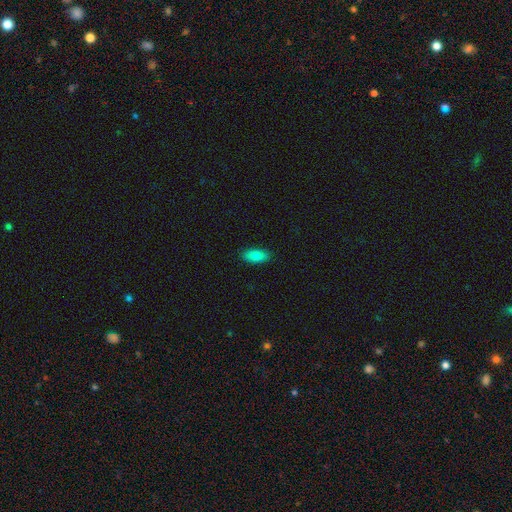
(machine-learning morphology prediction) This appears to be a smooth galaxy with no disk features (83%) that is in between round and cigar-shaped (88%). Merging: none (89%).